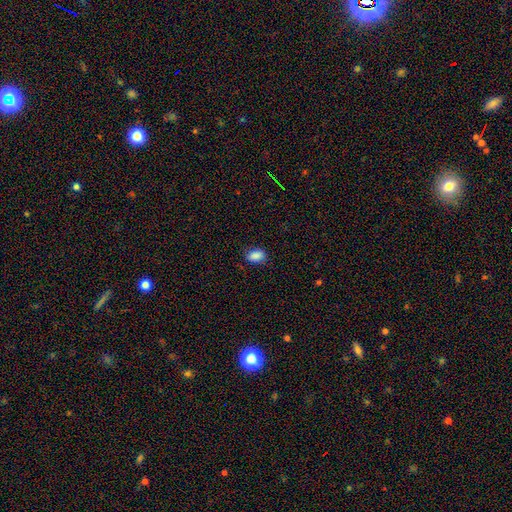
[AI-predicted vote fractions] Smooth or featured? Predicted: smooth (p=0.88). How rounded? Predicted: in between (p=0.87). Merging? Predicted: none (p=0.82).